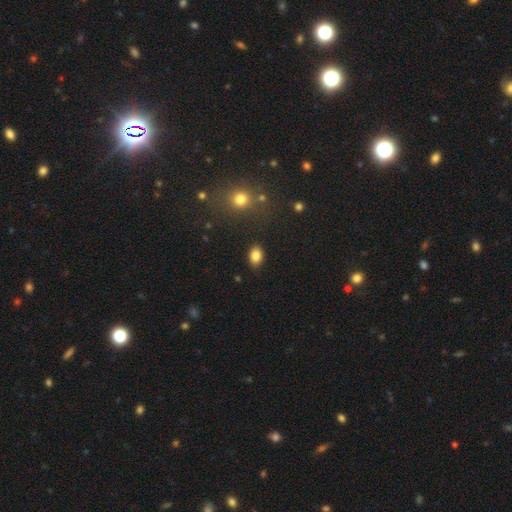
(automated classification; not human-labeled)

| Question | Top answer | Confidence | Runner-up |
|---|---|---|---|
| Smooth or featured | smooth | 84% | star or artifact (9%) |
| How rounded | in between | 79% | round (19%) |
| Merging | none | 87% | minor disturbance (9%) |